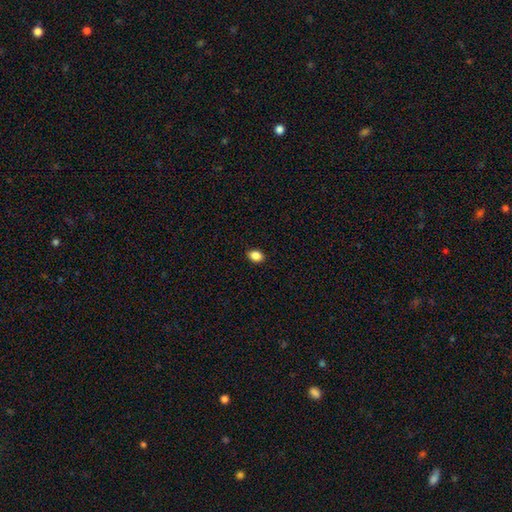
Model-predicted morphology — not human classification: A smooth galaxy with no disk features (88%) that is in between round and cigar-shaped (67%). Merging: none (91%).